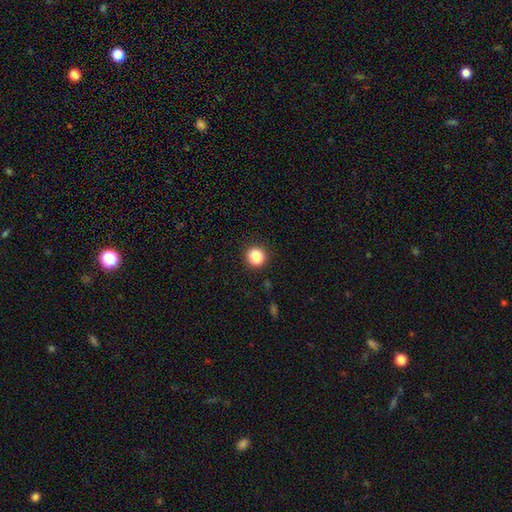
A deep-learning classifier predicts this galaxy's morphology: Overall: smooth (85%). How rounded: round (89%). Merging: none (91%).